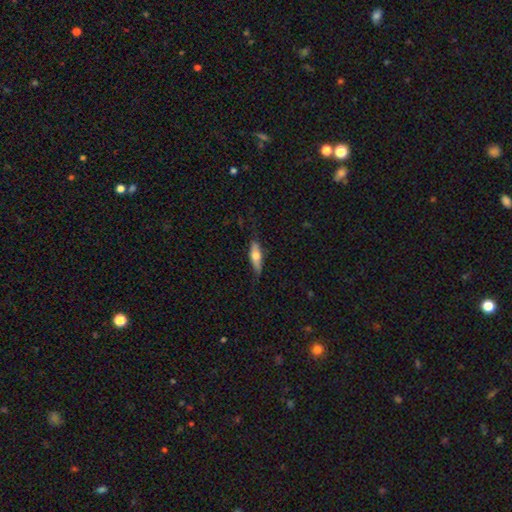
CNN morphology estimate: Smooth or featured? Predicted: smooth (p=0.57). How rounded? Predicted: in between (p=0.49). Merging? Predicted: none (p=0.76).